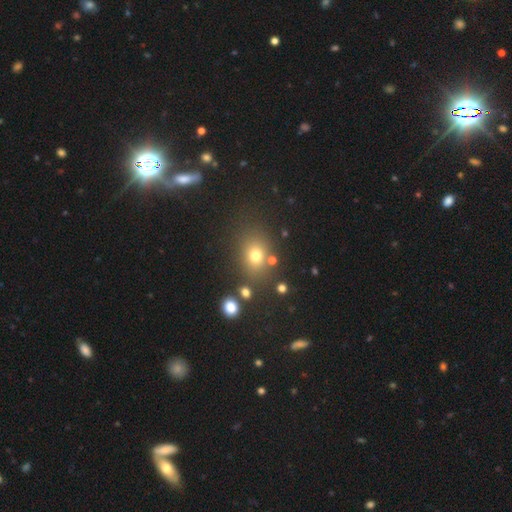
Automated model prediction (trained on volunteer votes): smooth-or-featured: smooth: 72% | star or artifact: 18% | featured or disk: 10%
  how-rounded: round: 51% | in between: 48% | cigar-shaped: 1%
  merging: none: 77% | minor disturbance: 12% | merger: 6% | major disturbance: 5%